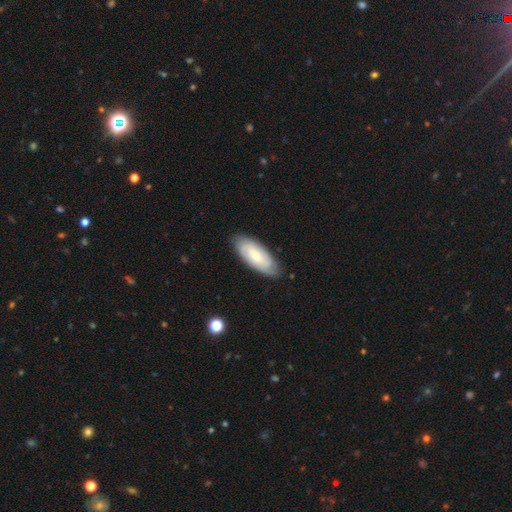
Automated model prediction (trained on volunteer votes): Smooth or featured? smooth (49%)
Merging? none (80%)